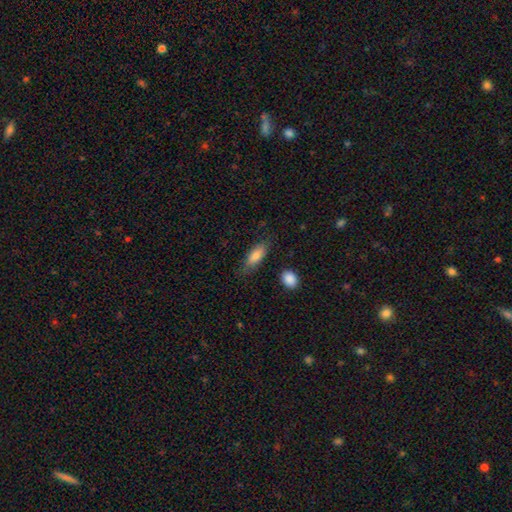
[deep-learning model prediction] Smooth or featured: smooth — 80% (featured or disk — 13%)
How rounded: in between — 68% (cigar-shaped — 29%)
Merging: none — 76% (minor disturbance — 17%)